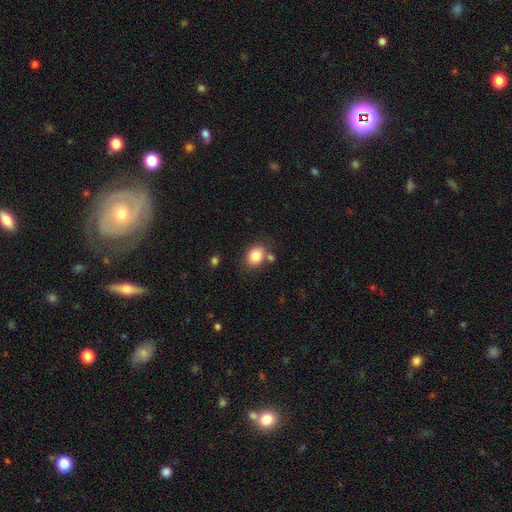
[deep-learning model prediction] Smooth or featured: smooth — 84% (star or artifact — 9%)
How rounded: in between — 54% (round — 45%)
Merging: none — 68% (minor disturbance — 14%)